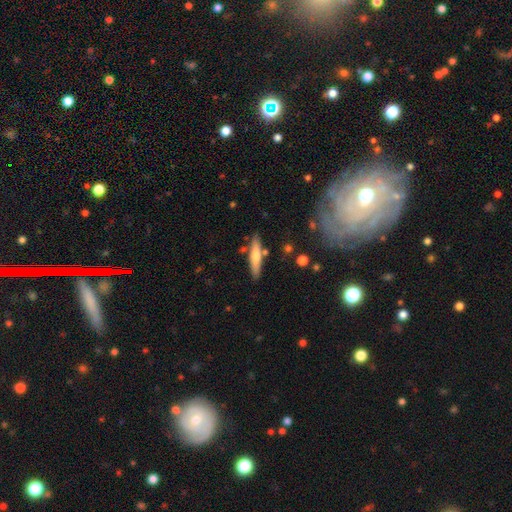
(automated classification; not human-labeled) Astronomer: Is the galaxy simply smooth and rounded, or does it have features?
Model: smooth — 58% (runner-up: featured or disk, 36%).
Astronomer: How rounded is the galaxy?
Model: cigar-shaped — 84%.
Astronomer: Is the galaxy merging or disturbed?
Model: none — 81%.